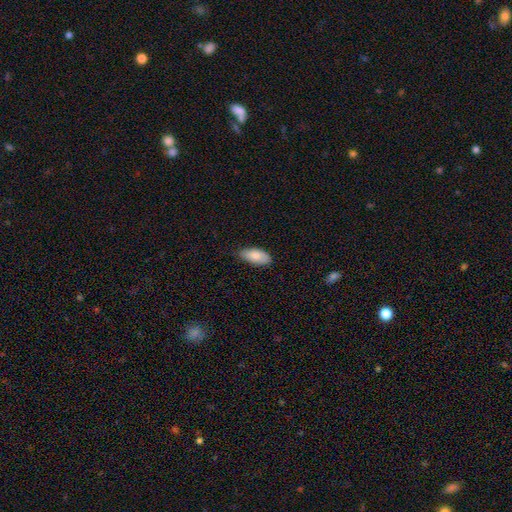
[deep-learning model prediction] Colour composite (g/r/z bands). It shows a smooth galaxy with no disk features (84%) that is in between round and cigar-shaped (89%). Merging: none (74%).